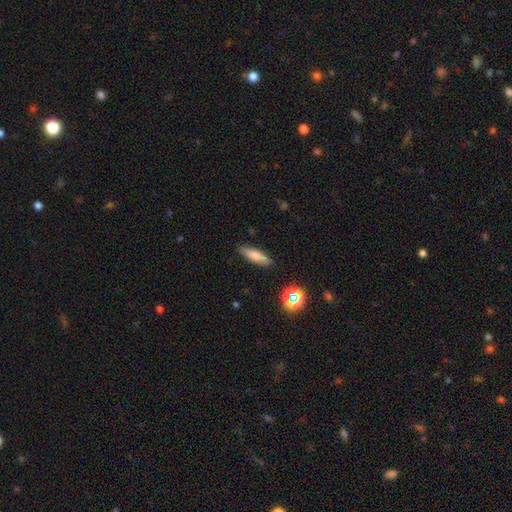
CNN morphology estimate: This appears to be a smooth galaxy with no disk features (72%) that is cigar-shaped (65%). Merging: none (87%).